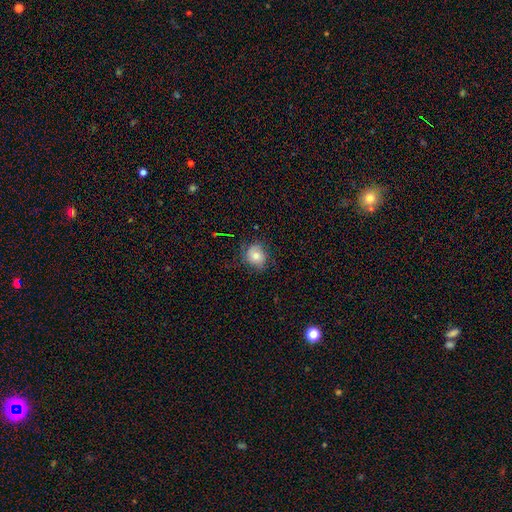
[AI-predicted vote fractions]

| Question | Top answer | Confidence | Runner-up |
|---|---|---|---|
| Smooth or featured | smooth | 75% | featured or disk (14%) |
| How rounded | round | 73% | in between (26%) |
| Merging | none | 71% | minor disturbance (22%) |